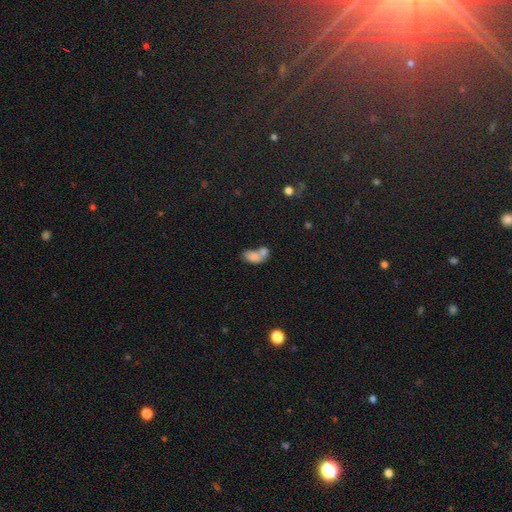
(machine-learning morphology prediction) The model was most divided on "merging": merger: 66%, none: 18%, minor disturbance: 9%, major disturbance: 7%. More confident: how rounded — in between (87%); smooth or featured — smooth (75%).